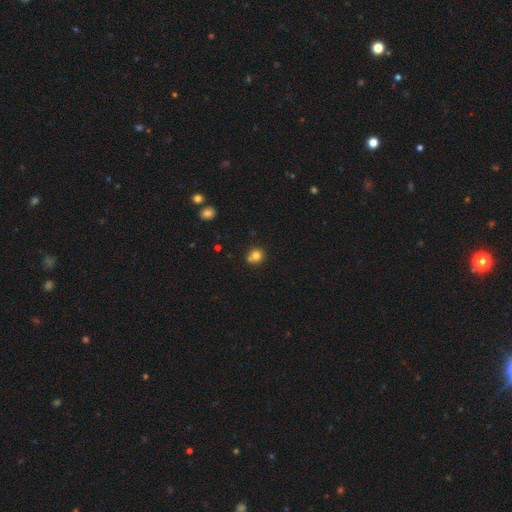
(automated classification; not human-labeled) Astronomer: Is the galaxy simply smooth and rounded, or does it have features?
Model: smooth — 78%.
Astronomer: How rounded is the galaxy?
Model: round — 86%.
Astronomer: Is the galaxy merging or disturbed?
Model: none — 61%.